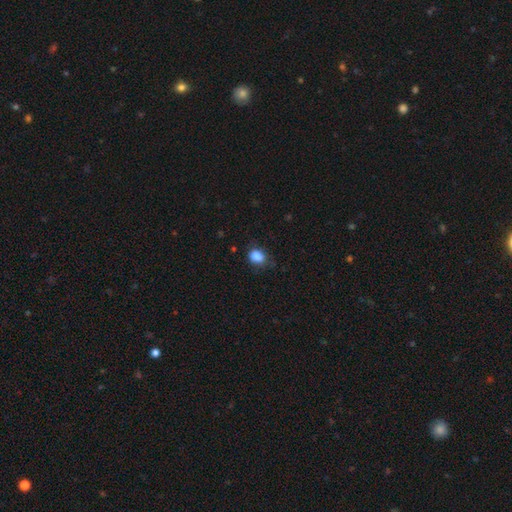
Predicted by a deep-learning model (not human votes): smooth 86%, star or artifact 10%, featured or disk 4%. Down the decision tree: how rounded — in between (58%); merging — none (72%).